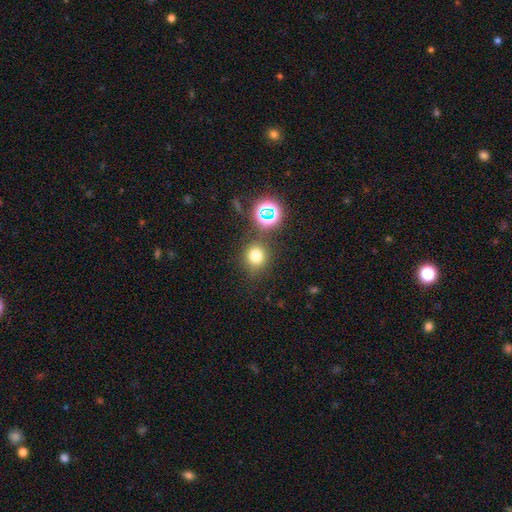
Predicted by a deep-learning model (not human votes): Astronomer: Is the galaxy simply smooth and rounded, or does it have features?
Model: smooth — 73%.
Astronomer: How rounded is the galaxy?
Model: round — 85%.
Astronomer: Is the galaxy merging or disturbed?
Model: none — 78%.